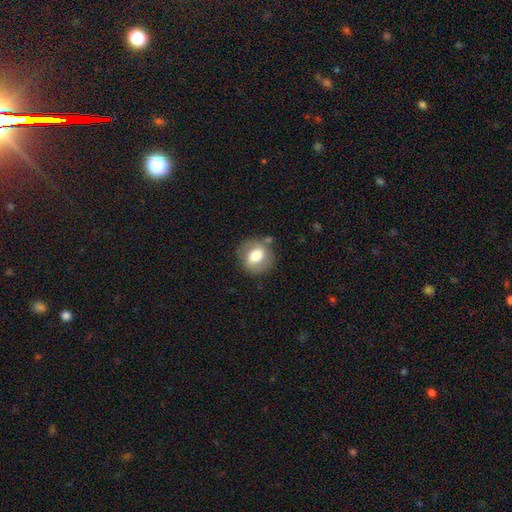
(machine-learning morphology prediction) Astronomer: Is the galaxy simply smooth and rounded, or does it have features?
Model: smooth — 64%.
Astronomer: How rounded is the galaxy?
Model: round — 72%.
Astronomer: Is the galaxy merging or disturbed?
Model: none — 73%.